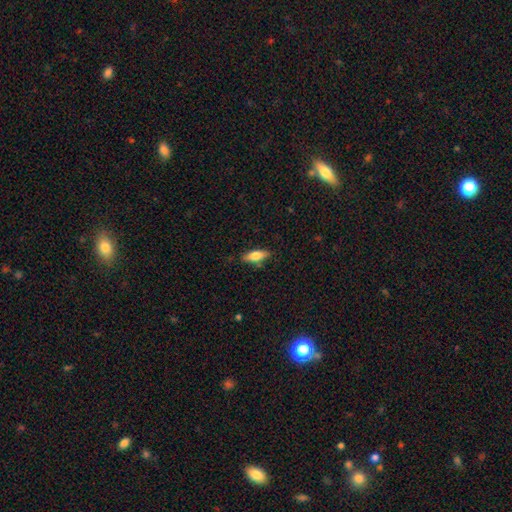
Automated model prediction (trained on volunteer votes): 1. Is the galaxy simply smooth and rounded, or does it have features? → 74% smooth, 19% featured or disk, 7% star or artifact.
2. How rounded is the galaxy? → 67% in between, 30% cigar-shaped, 3% round.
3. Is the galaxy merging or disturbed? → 81% none, 14% minor disturbance, 3% major disturbance, 2% merger.